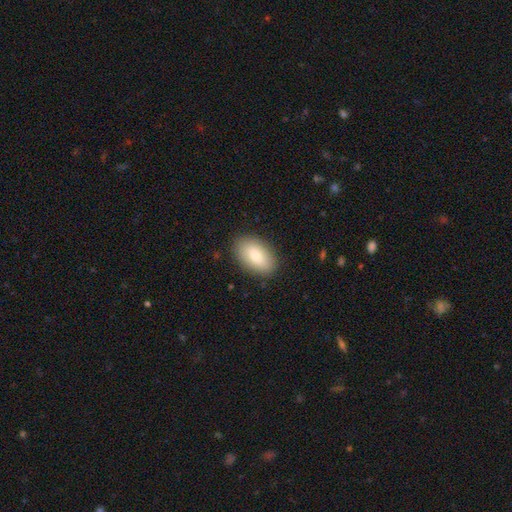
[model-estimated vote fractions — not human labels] Overall: smooth (80%). How rounded: in between (93%). Merging: none (86%).